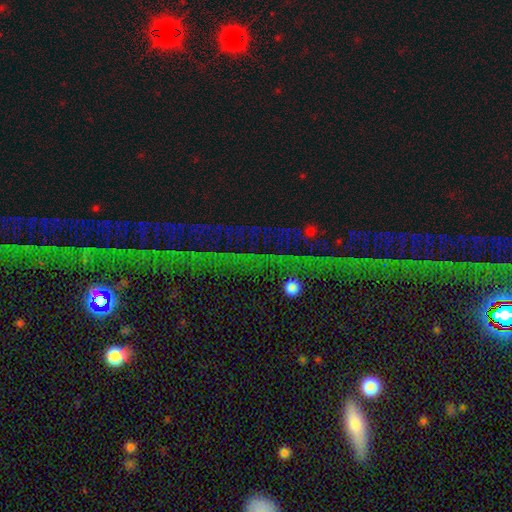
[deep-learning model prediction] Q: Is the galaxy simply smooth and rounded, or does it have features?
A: star or artifact — 76%.